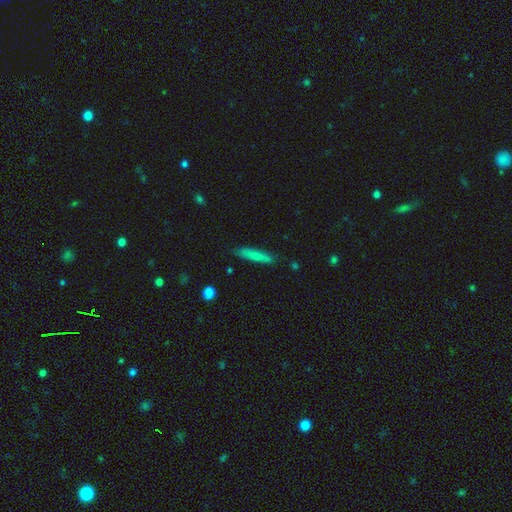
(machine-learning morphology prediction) smooth_or_featured: smooth (p=0.71) [alt: featured or disk p=0.22]
how_rounded: cigar-shaped (p=0.88) [alt: in between p=0.10]
merging: none (p=0.81) [alt: minor disturbance p=0.14]